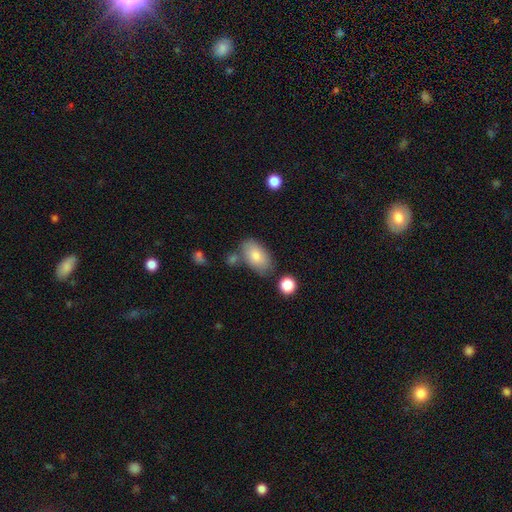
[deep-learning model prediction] A smooth galaxy with no disk features (81%) that is in between round and cigar-shaped (93%). Merging: none (69%).